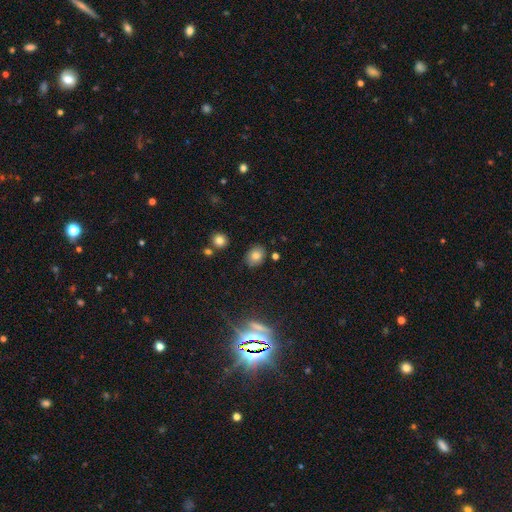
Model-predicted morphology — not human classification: Smooth or featured?
  - smooth: 78% *
  - star or artifact: 13%
  - featured or disk: 10%
How rounded?
  - in between: 61% *
  - round: 38%
  - cigar-shaped: 1%
Merging?
  - none: 83% *
  - minor disturbance: 12%
  - merger: 3%
  - major disturbance: 3%